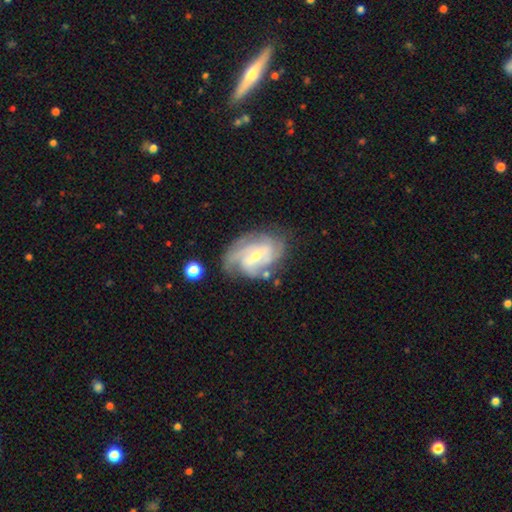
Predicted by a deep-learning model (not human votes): Smooth or featured?
  - featured or disk: 83% *
  - smooth: 11%
  - star or artifact: 6%
Edge-on disk?
  - no: 96% *
  - yes: 4%
Bar?
  - weak: 50% *
  - no: 29%
  - strong: 21%
Spiral arms?
  - yes: 94% *
  - no: 6%
Spiral winding?
  - tight: 44% *
  - medium: 41%
  - loose: 14%
Spiral arm count?
  - 3: 31% *
  - can't tell: 25%
  - 2: 23%
  - 4: 11%
  - 1: 5%
  - more than 4: 4%
Bulge size?
  - small: 57% *
  - moderate: 38%
  - none: 2%
  - large: 2%
  - dominant: 1%
Merging?
  - none: 61% *
  - minor disturbance: 22%
  - major disturbance: 13%
  - merger: 5%